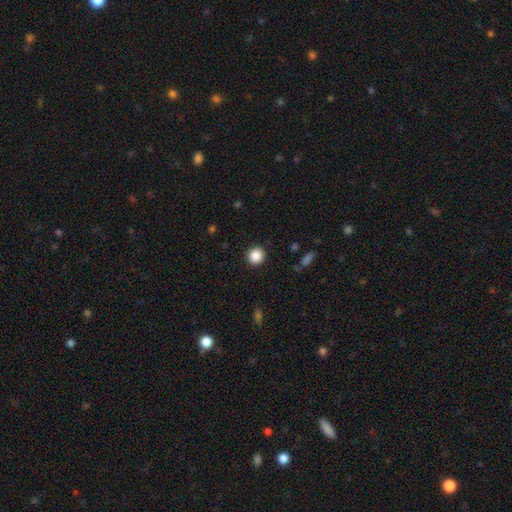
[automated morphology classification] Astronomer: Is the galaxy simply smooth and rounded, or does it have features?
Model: smooth — 86%.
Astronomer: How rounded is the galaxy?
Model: round — 93%.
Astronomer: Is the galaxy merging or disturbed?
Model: none — 92%.